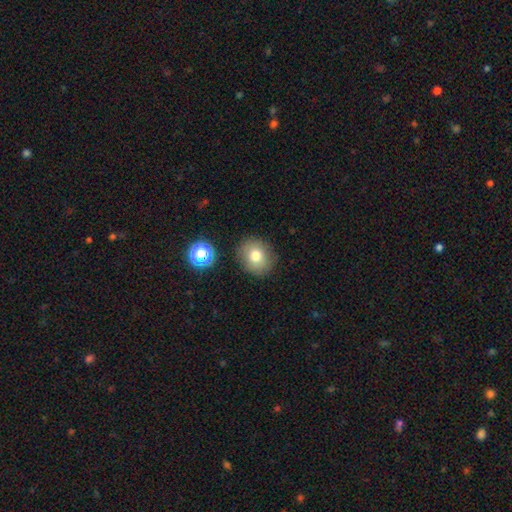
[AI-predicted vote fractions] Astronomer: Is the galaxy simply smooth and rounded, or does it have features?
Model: smooth — 77%.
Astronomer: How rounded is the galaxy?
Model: round — 76%.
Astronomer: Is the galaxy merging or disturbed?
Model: none — 86%.